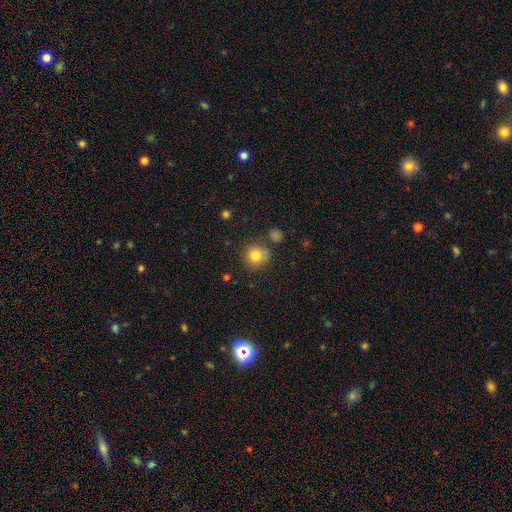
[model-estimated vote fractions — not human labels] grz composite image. It shows a smooth galaxy with no disk features (81%) that is round (91%). Merging: none (78%).